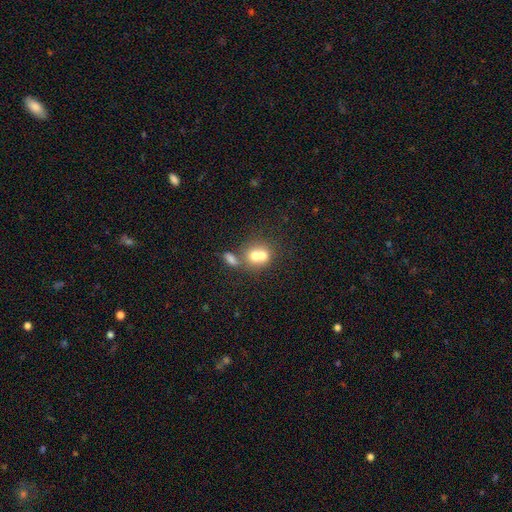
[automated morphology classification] This is likely a smooth galaxy (66%). How rounded: likely round (71%). Merging: likely merger (64%).